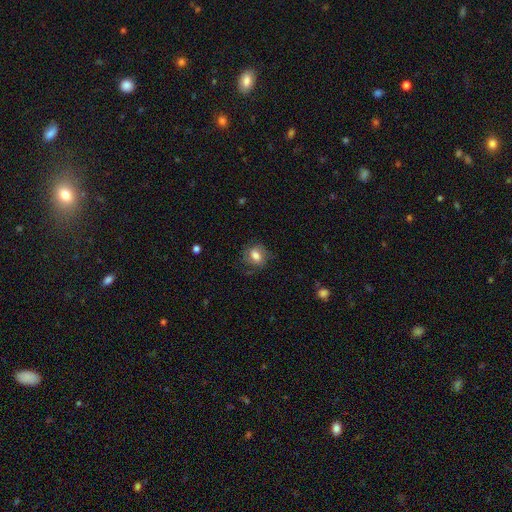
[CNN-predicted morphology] This is likely a smooth galaxy (70%). How rounded: possibly round (53%). Merging: likely none (69%).